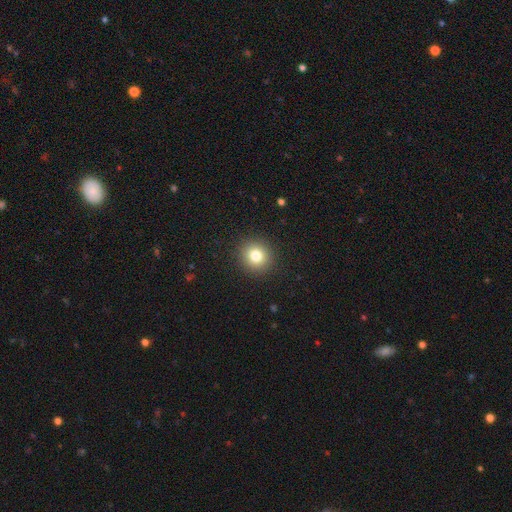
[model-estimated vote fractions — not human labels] Morphology: type=smooth (81%); roundness=round (90%); merging=none (92%).